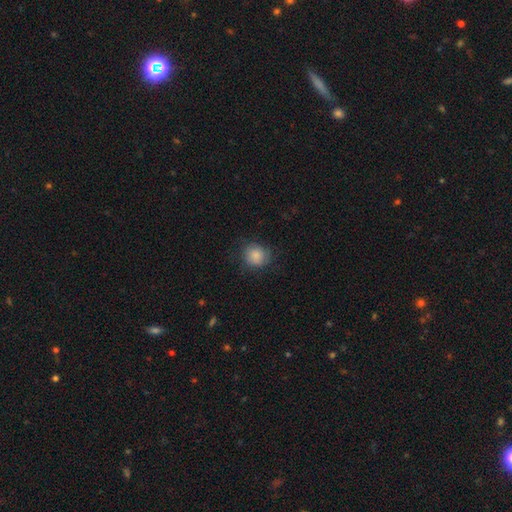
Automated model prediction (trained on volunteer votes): Smooth or featured? Predicted: smooth (p=0.85). How rounded? Predicted: round (p=0.86). Merging? Predicted: none (p=0.78).